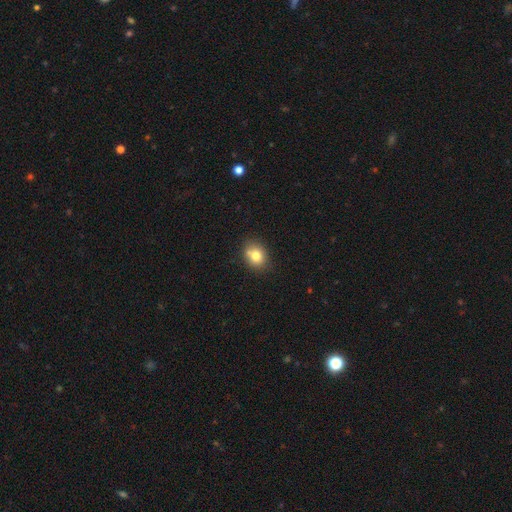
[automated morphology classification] Smooth or featured?
  - smooth: 78% *
  - featured or disk: 11%
  - star or artifact: 10%
How rounded?
  - round: 57% *
  - in between: 42%
  - cigar-shaped: 1%
Merging?
  - none: 68% *
  - minor disturbance: 17%
  - merger: 11%
  - major disturbance: 4%